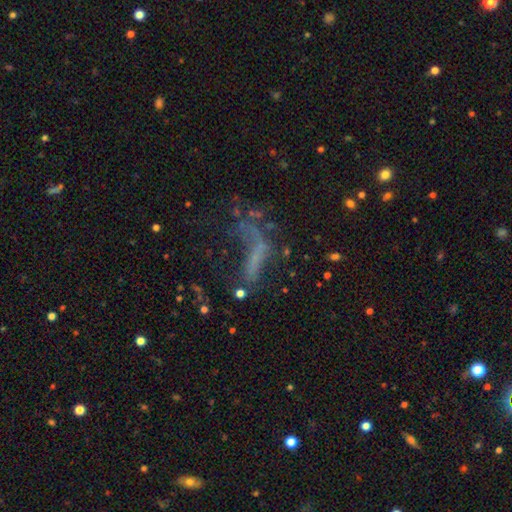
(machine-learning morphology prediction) Q: Smooth or featured?
A: featured or disk (40%); runner-up: star or artifact (32%)
Q: Merging?
A: major disturbance (43%); runner-up: none (32%)